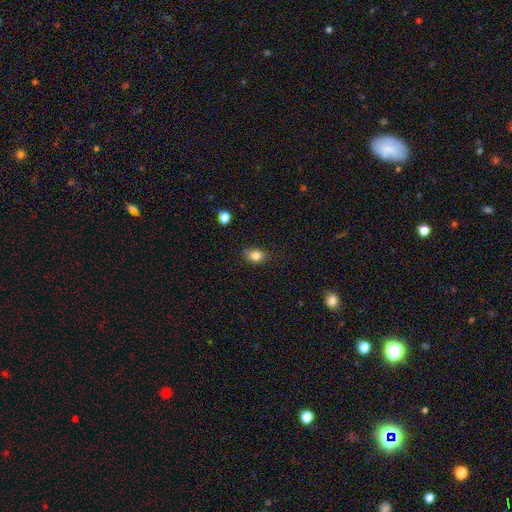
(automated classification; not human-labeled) Morphology: type=smooth (82%); roundness=in between (57%); merging=none (70%).